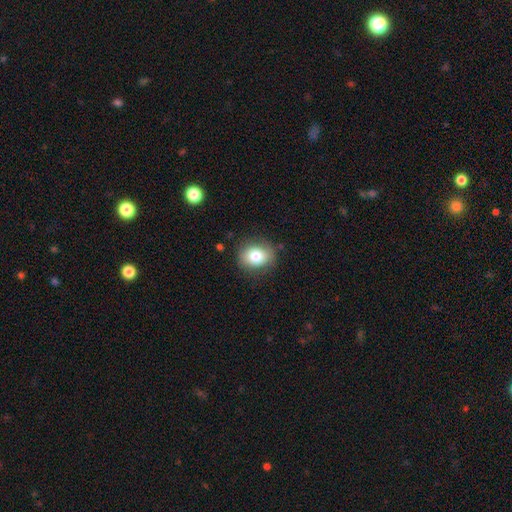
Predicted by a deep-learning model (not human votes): Morphology: type=smooth (78%); roundness=round (64%); merging=none (83%).